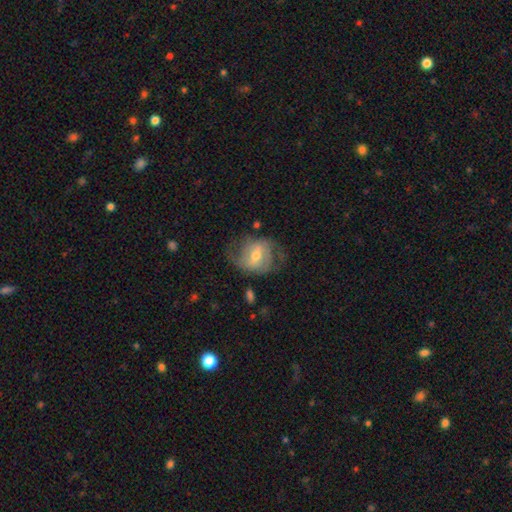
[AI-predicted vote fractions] A featured or disk galaxy (68%) with a weak bar (47%), 2 (73%) medium (44%) spiral arms (82%) and a moderate central bulge (63%). Merging: none (56%).